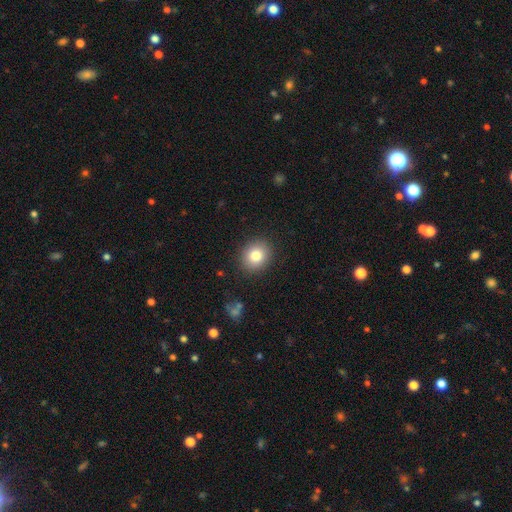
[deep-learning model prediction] Smooth or featured? smooth (81%)
How rounded? round (71%)
Merging? none (89%)